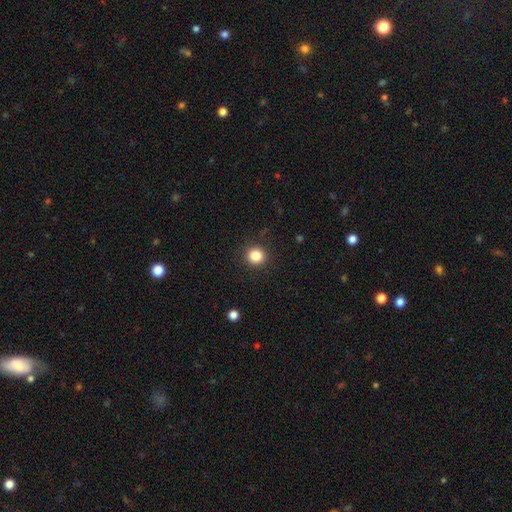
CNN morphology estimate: This appears to be a smooth galaxy with no disk features (85%) that is round (89%). Merging: none (91%).